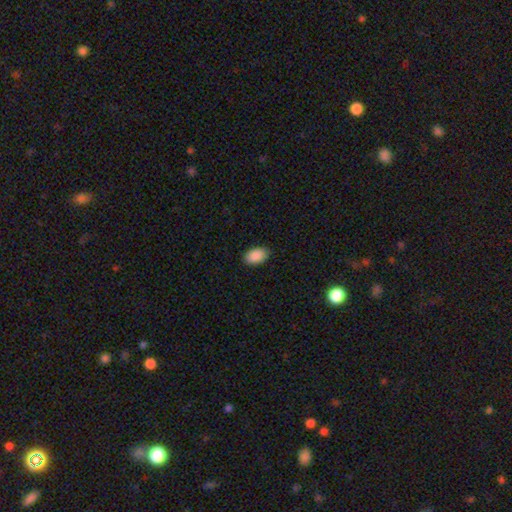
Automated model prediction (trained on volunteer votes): Overall: smooth (90%). How rounded: in between (93%). Merging: none (88%).